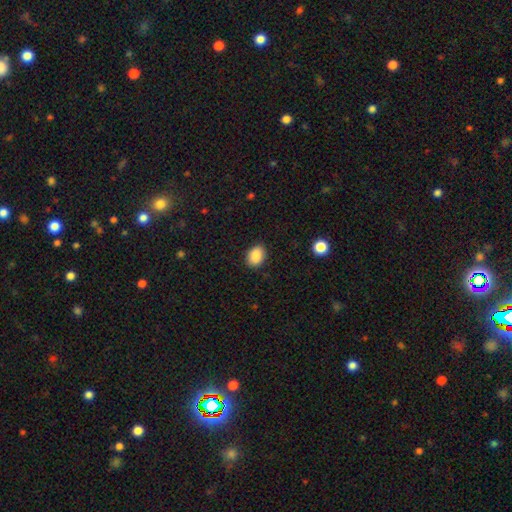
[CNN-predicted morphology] Q: Smooth or featured?
A: smooth (89%); runner-up: star or artifact (8%)
Q: How rounded?
A: in between (72%); runner-up: round (27%)
Q: Merging?
A: none (86%); runner-up: minor disturbance (10%)